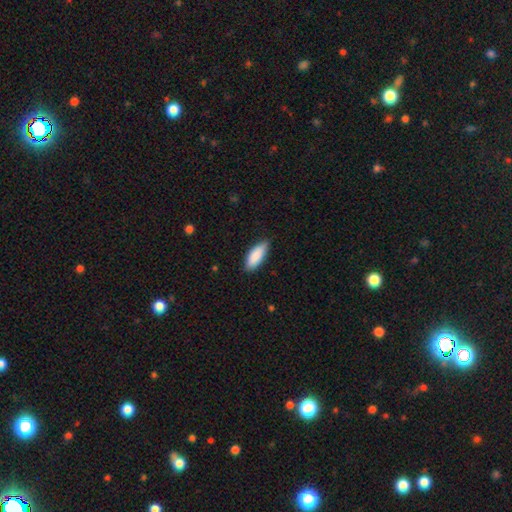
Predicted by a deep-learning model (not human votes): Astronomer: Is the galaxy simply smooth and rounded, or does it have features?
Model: smooth — 88%.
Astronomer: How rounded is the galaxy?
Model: in between — 78%.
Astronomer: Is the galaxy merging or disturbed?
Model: none — 81%.